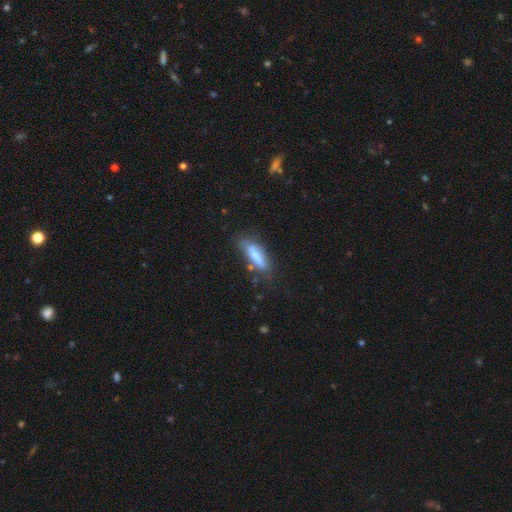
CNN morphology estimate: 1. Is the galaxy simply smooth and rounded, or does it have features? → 61% smooth, 32% featured or disk, 7% star or artifact.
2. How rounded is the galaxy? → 56% cigar-shaped, 42% in between, 2% round.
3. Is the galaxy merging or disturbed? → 59% none, 25% minor disturbance, 10% major disturbance, 7% merger.